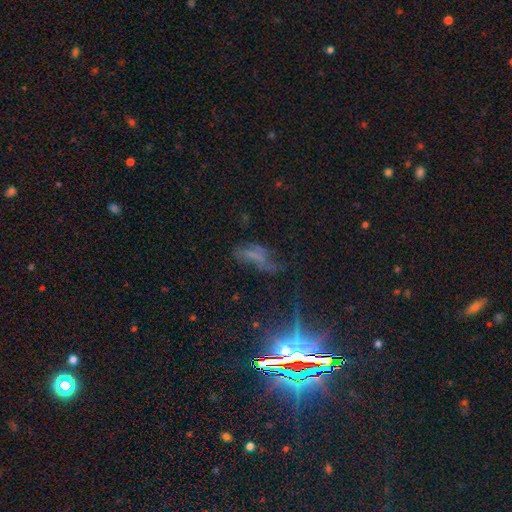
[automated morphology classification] A star or artifact, not a galaxy (35%).